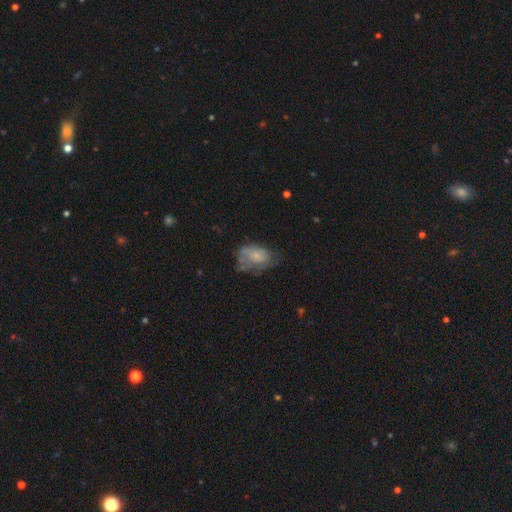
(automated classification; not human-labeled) Smooth or featured? smooth (58%)
How rounded? in between (80%)
Merging? none (37%)